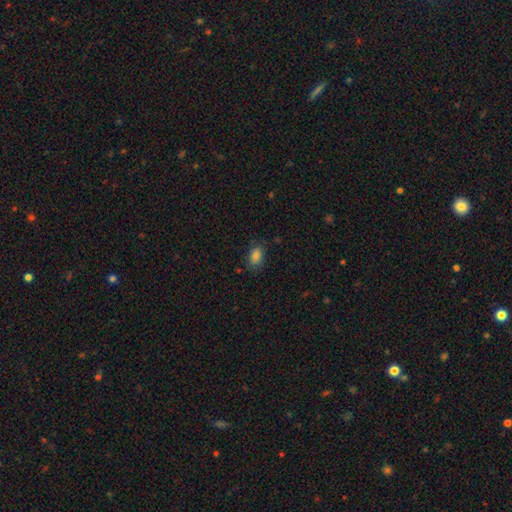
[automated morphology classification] The model was most divided on "merging": none: 79%, minor disturbance: 16%, major disturbance: 4%, merger: 2%. More confident: how rounded — in between (89%); smooth or featured — smooth (84%).